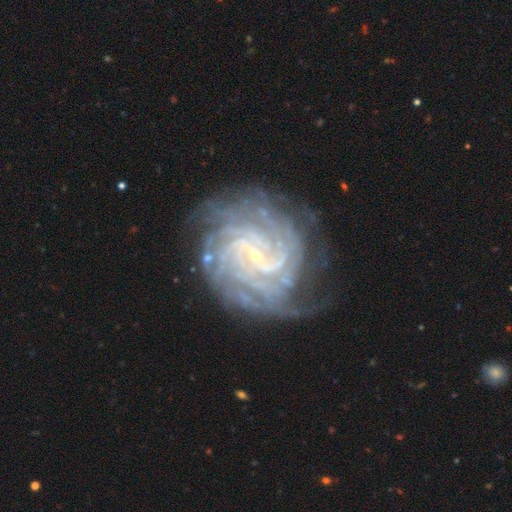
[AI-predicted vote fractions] Morphology: type=featured or disk (91%); edge-on=no (98%); bar=weak (49%); spiral arms=yes (98%); winding=tight (77%); arm count=more than 4 (24%, tied with 4); bulge=small (87%); merging=none (76%).